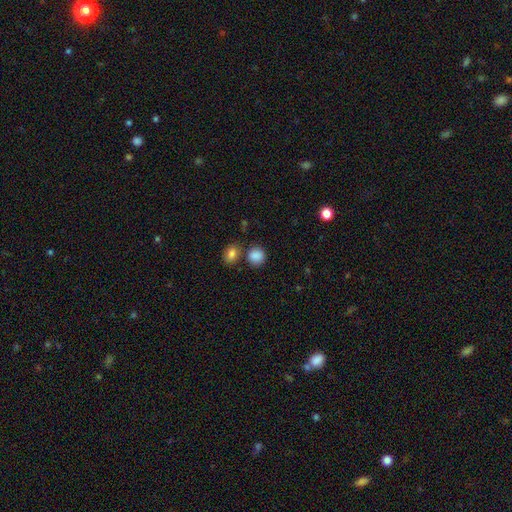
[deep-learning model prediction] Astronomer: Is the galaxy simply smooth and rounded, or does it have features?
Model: smooth — 87%.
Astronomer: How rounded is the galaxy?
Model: round — 81%.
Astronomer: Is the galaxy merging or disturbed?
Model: none — 72%.